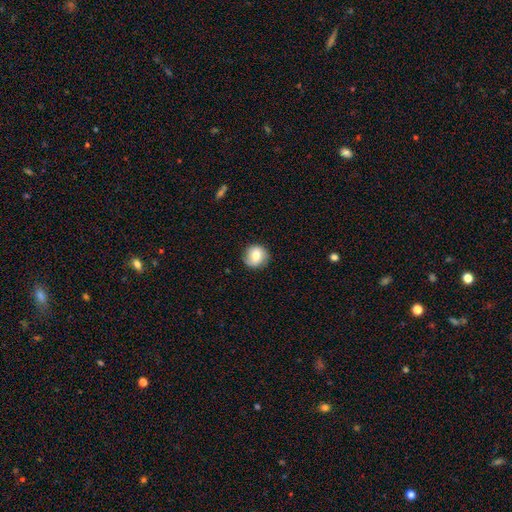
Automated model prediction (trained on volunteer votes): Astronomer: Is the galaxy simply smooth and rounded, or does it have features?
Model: smooth — 75%.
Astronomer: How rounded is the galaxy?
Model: round — 88%.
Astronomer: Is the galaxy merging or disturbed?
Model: none — 82%.